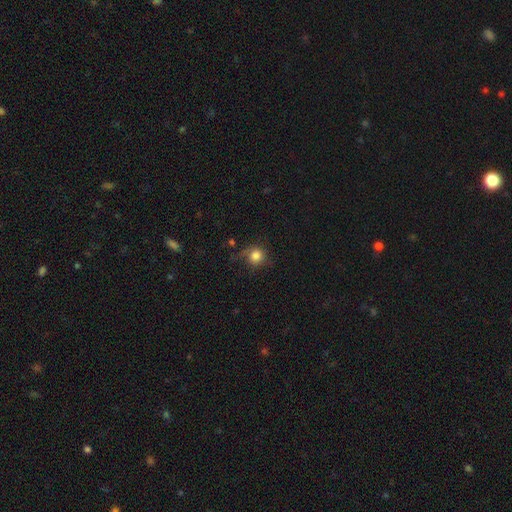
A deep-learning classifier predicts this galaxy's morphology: Overall: smooth (82%). How rounded: round (89%). Merging: none (62%; minor disturbance 23%).